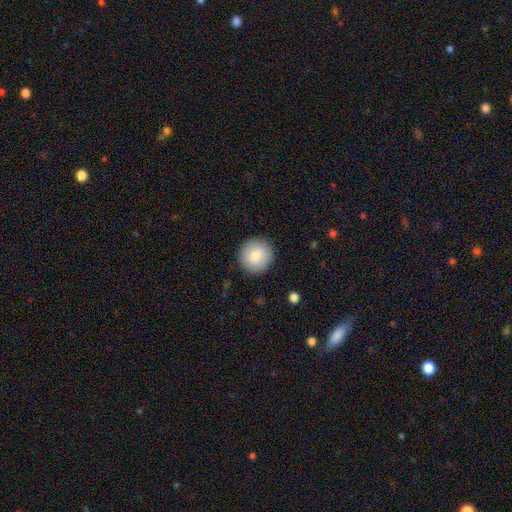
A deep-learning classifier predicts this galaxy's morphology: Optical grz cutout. It shows a smooth galaxy with no disk features (82%) that is round (94%). Merging: none (91%).